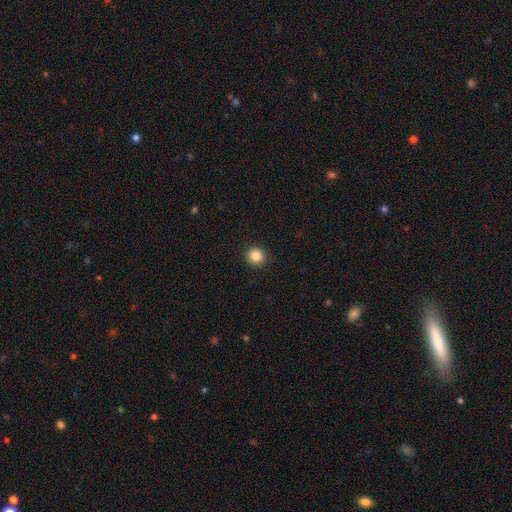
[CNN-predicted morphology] This appears to be a smooth galaxy with no disk features (86%) that is round (93%). Merging: none (93%).